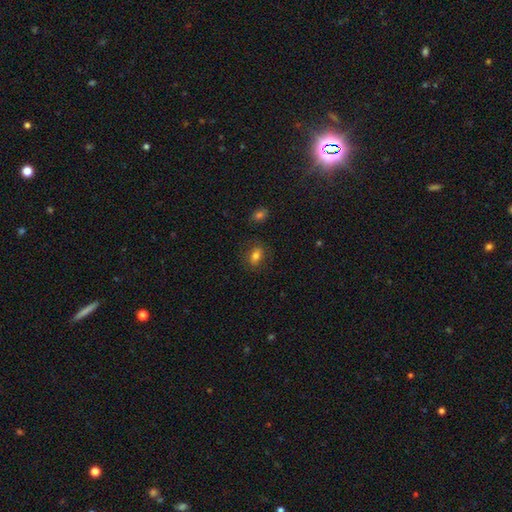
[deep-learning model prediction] A smooth galaxy with no disk features (78%) that is in between round and cigar-shaped (76%). Merging: none (80%).